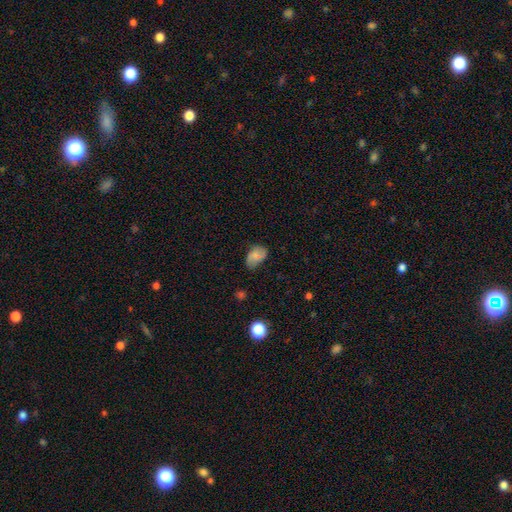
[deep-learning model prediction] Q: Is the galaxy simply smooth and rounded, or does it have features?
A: smooth — 68%.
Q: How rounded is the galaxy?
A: in between — 86%.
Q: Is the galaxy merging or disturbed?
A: none — 57%.